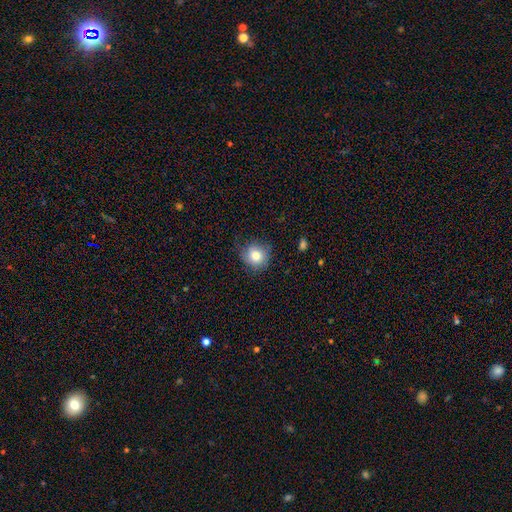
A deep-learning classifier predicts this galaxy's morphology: The model was most divided on "merging": none: 74%, minor disturbance: 20%, major disturbance: 5%, merger: 1%. More confident: how rounded — round (89%); smooth or featured — smooth (81%).